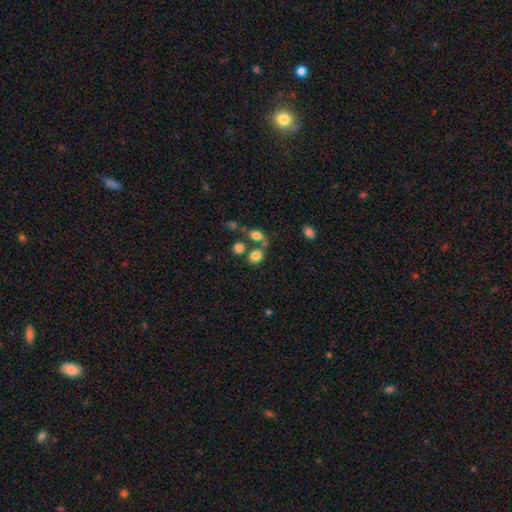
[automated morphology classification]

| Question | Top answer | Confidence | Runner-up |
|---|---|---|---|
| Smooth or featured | smooth | 79% | star or artifact (12%) |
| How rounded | round | 66% | in between (33%) |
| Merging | none | 57% | merger (27%) |